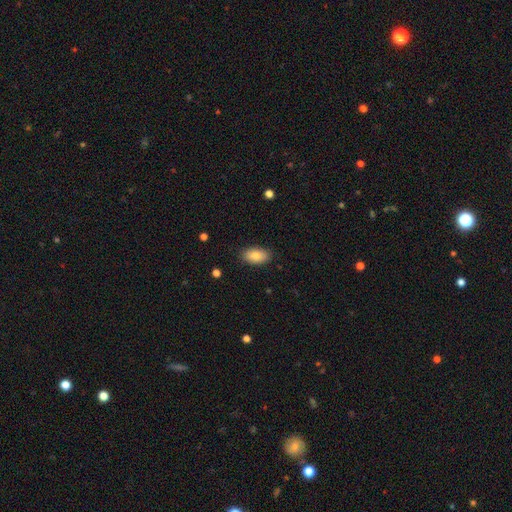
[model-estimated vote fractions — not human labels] Smooth or featured: smooth — 84% (featured or disk — 9%)
How rounded: in between — 93% (round — 4%)
Merging: none — 86% (minor disturbance — 11%)